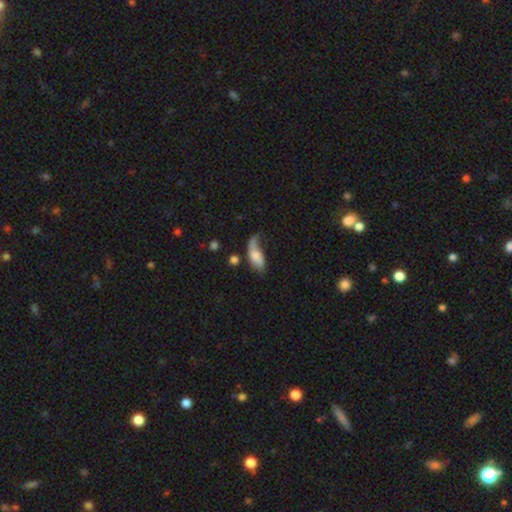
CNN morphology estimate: Smooth or featured? smooth (54%)
How rounded? in between (82%)
Merging? major disturbance (32%)